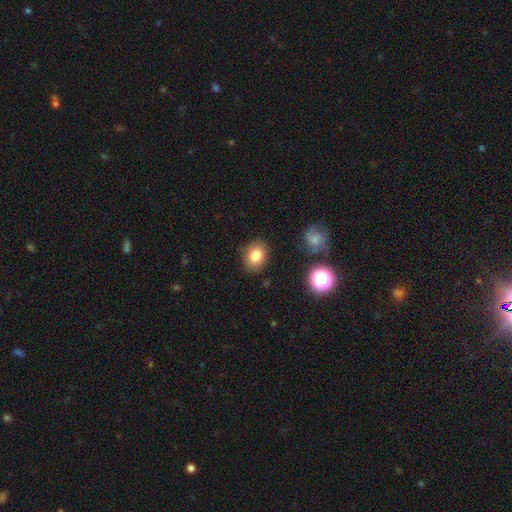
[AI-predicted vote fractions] Smooth or featured? smooth (83%)
How rounded? in between (58%)
Merging? none (85%)